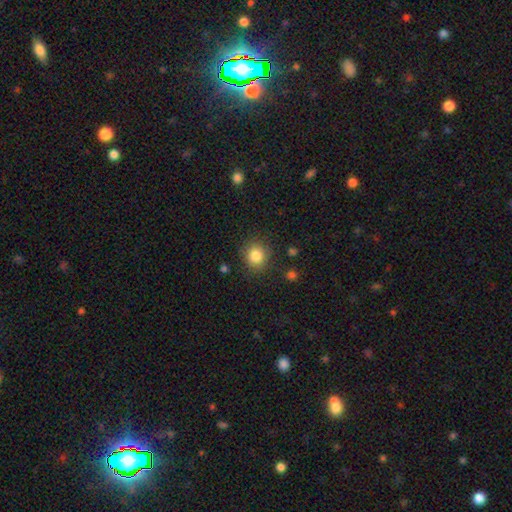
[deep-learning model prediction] smooth-or-featured: smooth: 84% | star or artifact: 10% | featured or disk: 6%
  how-rounded: round: 86% | in between: 13% | cigar-shaped: 1%
  merging: none: 86% | minor disturbance: 9% | major disturbance: 3% | merger: 2%